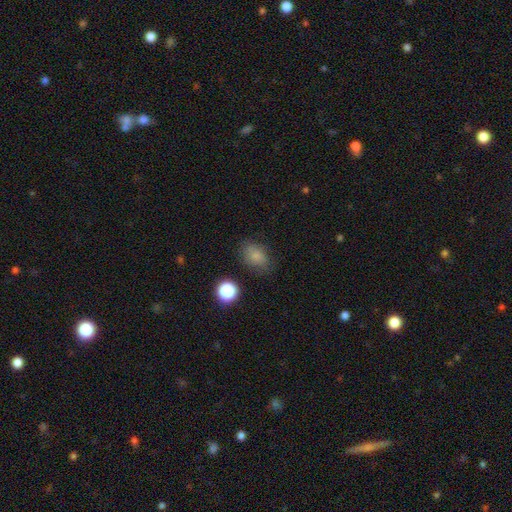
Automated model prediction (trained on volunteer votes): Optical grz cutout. It shows a smooth galaxy with no disk features (78%) that is in between round and cigar-shaped (68%). Merging: none (73%).